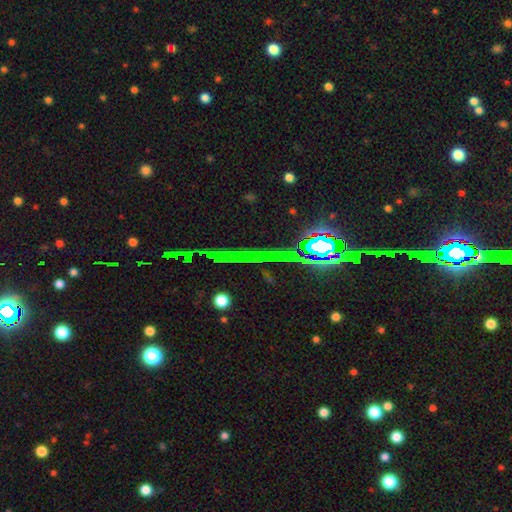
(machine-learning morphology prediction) A star or artifact, not a galaxy (70%).

Vote fractions:
- Smooth or featured? star or artifact: 70% / featured or disk: 21% / smooth: 9%